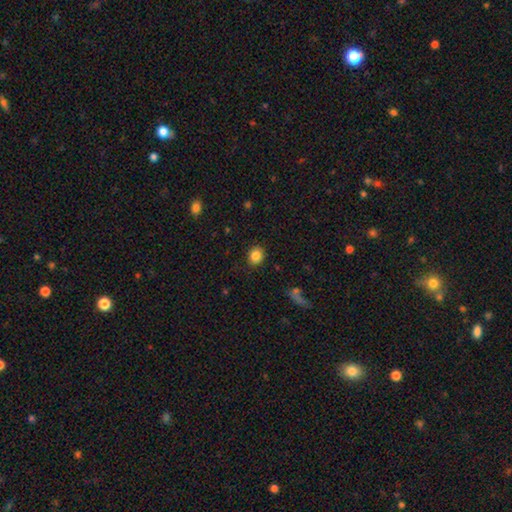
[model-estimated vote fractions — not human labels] A smooth galaxy with no disk features (85%) that is round (73%). Merging: none (88%).